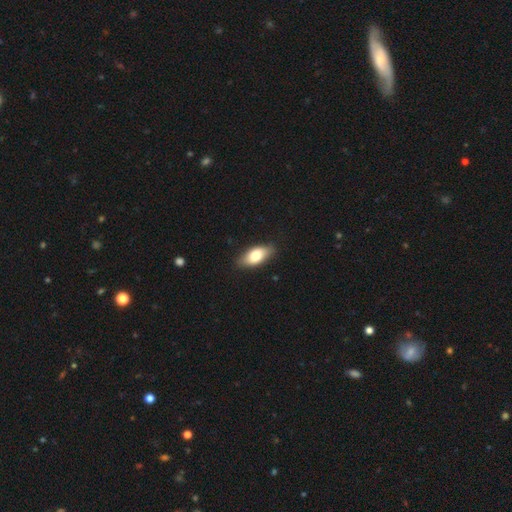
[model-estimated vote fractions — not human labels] Smooth or featured: smooth — 76% (featured or disk — 18%)
How rounded: in between — 89% (cigar-shaped — 7%)
Merging: none — 84% (minor disturbance — 13%)